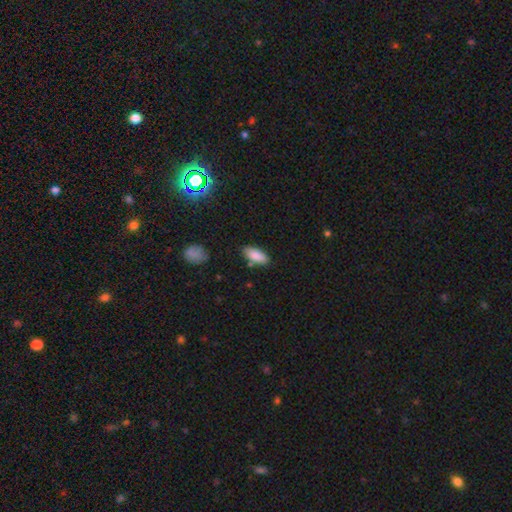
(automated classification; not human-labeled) Smooth or featured? smooth (86%)
How rounded? in between (83%)
Merging? none (80%)